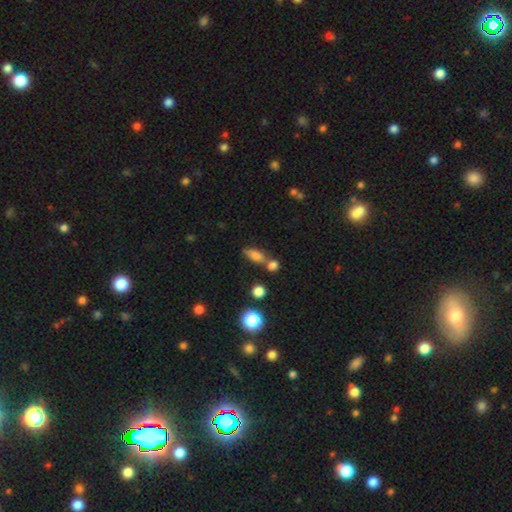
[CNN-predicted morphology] A smooth galaxy with no disk features (75%) that is in between round and cigar-shaped (67%). Merging: none (52%).